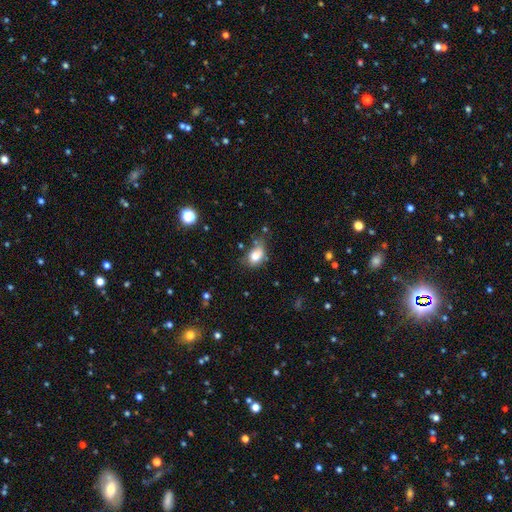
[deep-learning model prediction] A smooth galaxy with no disk features (80%) that is in between round and cigar-shaped (82%). Merging: none (40%).